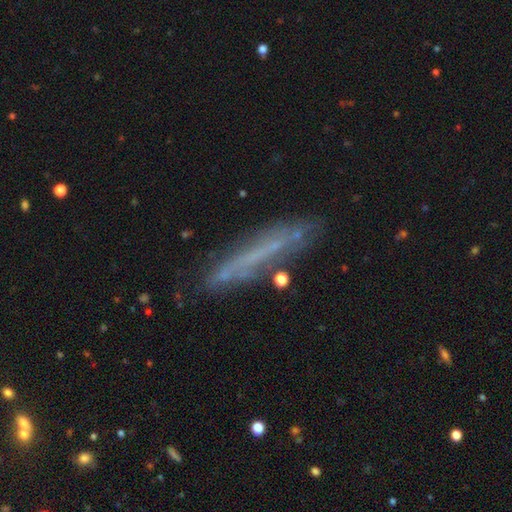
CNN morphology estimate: Smooth or featured: featured or disk — 48% (smooth — 42%)
Merging: none — 74% (minor disturbance — 17%)